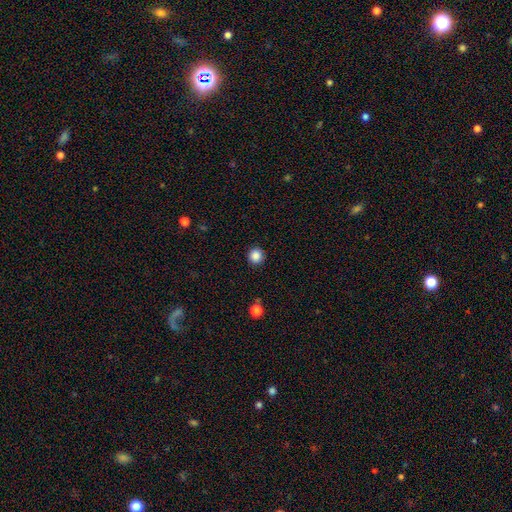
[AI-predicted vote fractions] Smooth or featured?
  - smooth: 87% *
  - star or artifact: 10%
  - featured or disk: 3%
How rounded?
  - round: 95% *
  - in between: 4%
  - cigar-shaped: 1%
Merging?
  - none: 92% *
  - minor disturbance: 5%
  - major disturbance: 2%
  - merger: 1%